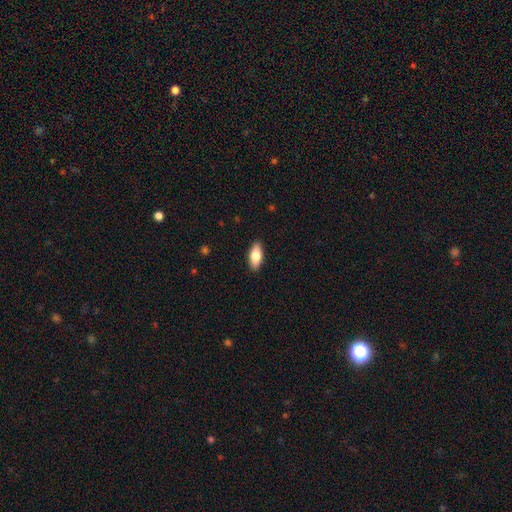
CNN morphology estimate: Smooth or featured? Predicted: smooth (p=0.76). How rounded? Predicted: in between (p=0.83). Merging? Predicted: none (p=0.89).